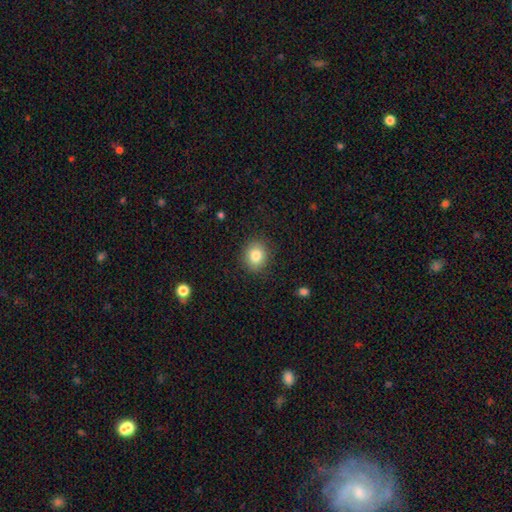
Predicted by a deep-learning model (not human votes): This is clearly a smooth galaxy (84%). How rounded: likely round (67%). Merging: clearly none (87%).